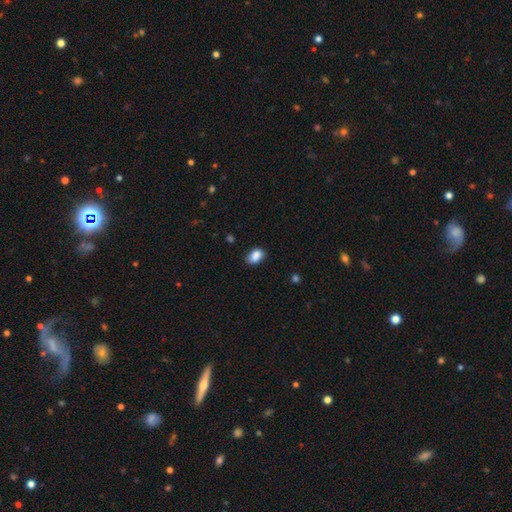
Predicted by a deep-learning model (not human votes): Overall: smooth (86%). How rounded: in between (85%). Merging: none (76%).